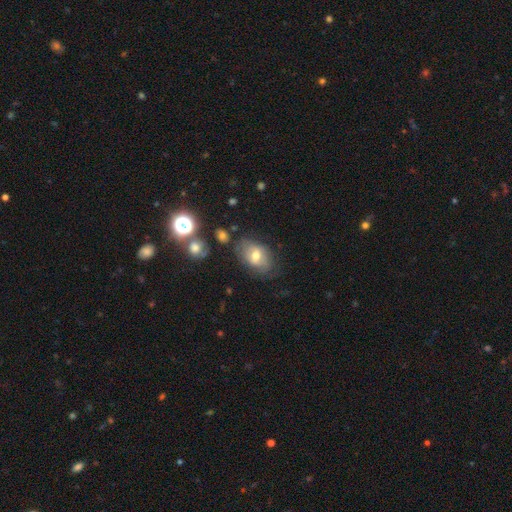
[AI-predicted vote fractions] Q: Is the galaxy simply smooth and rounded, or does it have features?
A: smooth — 53%.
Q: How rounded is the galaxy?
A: in between — 84%.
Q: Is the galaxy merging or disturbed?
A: none — 64%.